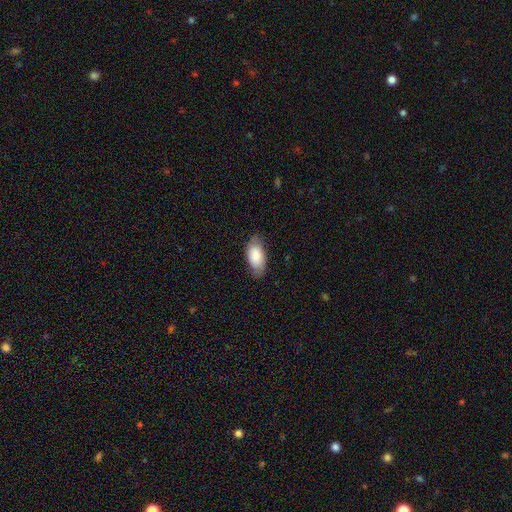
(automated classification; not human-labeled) Q: Smooth or featured?
A: smooth (80%); runner-up: featured or disk (14%)
Q: How rounded?
A: in between (94%); runner-up: cigar-shaped (3%)
Q: Merging?
A: none (76%); runner-up: minor disturbance (19%)